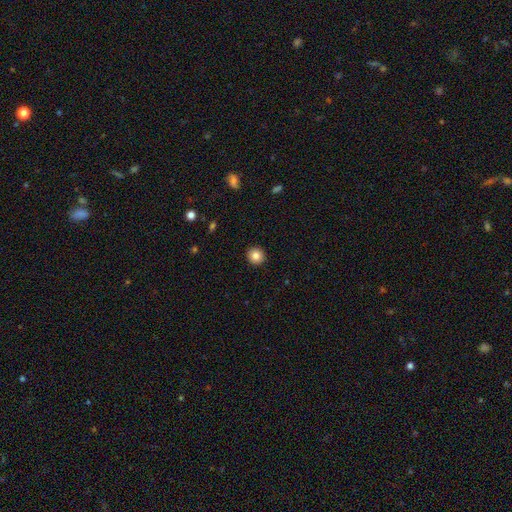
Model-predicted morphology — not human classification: Smooth or featured?
  - smooth: 85% *
  - star or artifact: 10%
  - featured or disk: 5%
How rounded?
  - round: 93% *
  - in between: 6%
  - cigar-shaped: 1%
Merging?
  - none: 93% *
  - minor disturbance: 4%
  - major disturbance: 2%
  - merger: 1%